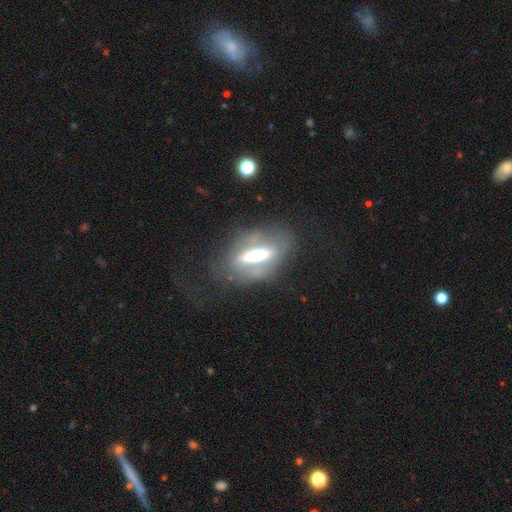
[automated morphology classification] This appears to be a featured or disk galaxy (63%). Merging: none (57%).